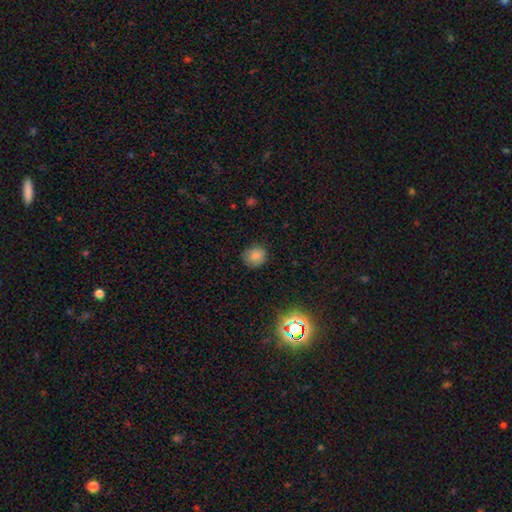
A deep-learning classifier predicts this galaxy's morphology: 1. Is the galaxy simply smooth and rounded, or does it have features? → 81% smooth, 13% star or artifact, 6% featured or disk.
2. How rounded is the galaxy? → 80% round, 19% in between, 1% cigar-shaped.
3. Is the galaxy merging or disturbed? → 81% none, 15% minor disturbance, 3% major disturbance, 1% merger.